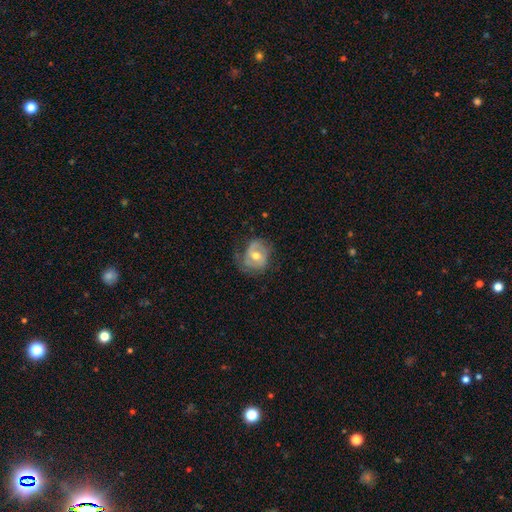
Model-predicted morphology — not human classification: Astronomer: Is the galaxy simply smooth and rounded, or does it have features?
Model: featured or disk — 66%.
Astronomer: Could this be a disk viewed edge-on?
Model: no — 97%.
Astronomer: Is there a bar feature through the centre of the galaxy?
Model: no — 47% (runner-up: weak, 40%).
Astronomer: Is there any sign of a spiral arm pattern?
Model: yes — 80%.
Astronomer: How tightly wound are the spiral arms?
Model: medium — 42% (runner-up: tight, 36%).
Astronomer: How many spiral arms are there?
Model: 2 — 66%.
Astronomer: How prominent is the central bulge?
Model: moderate — 73%.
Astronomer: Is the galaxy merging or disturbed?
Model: none — 60%.